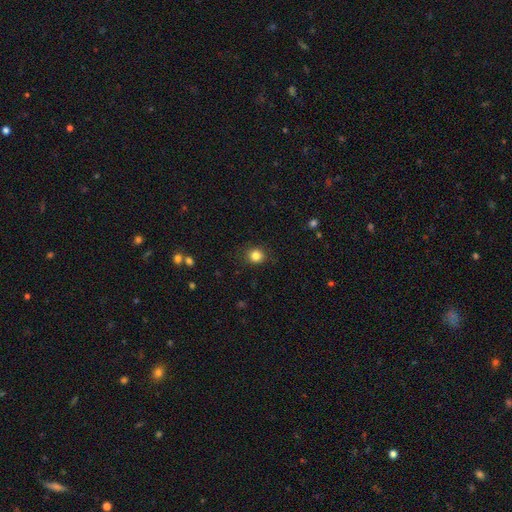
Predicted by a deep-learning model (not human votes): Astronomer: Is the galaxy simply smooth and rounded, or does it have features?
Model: smooth — 83%.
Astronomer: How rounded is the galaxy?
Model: round — 86%.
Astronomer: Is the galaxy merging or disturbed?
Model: none — 88%.